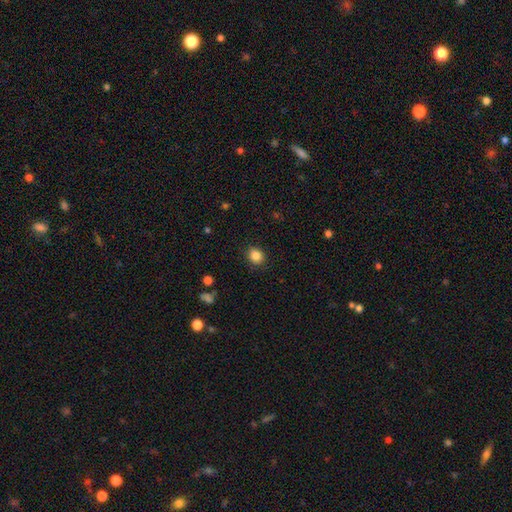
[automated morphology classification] This appears to be a smooth galaxy with no disk features (86%) that is round (72%). Merging: none (89%).